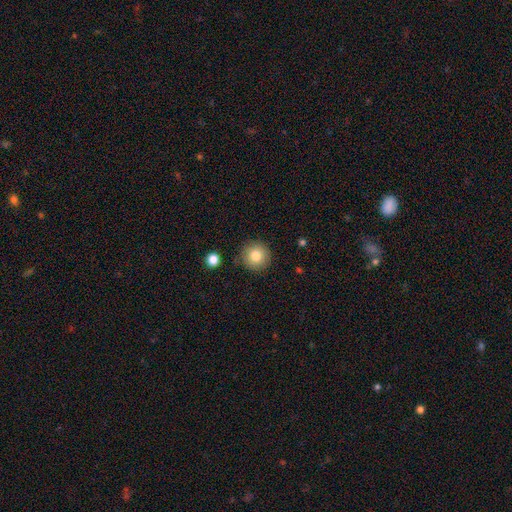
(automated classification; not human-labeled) Overall: smooth (82%). How rounded: round (95%). Merging: none (87%).